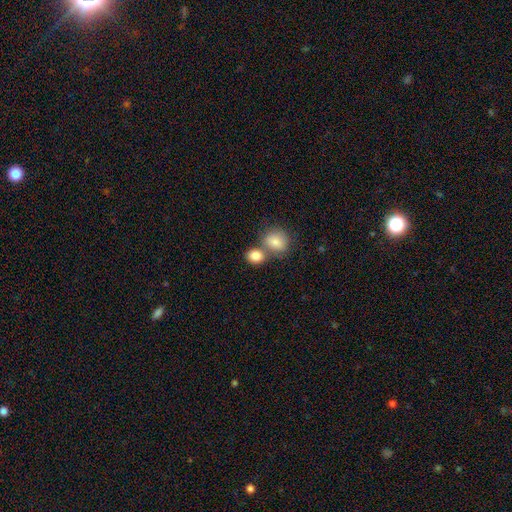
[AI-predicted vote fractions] The model was most divided on "merging": none: 46%, merger: 43%, minor disturbance: 8%, major disturbance: 3%. More confident: smooth or featured — smooth (83%); how rounded — round (61%).